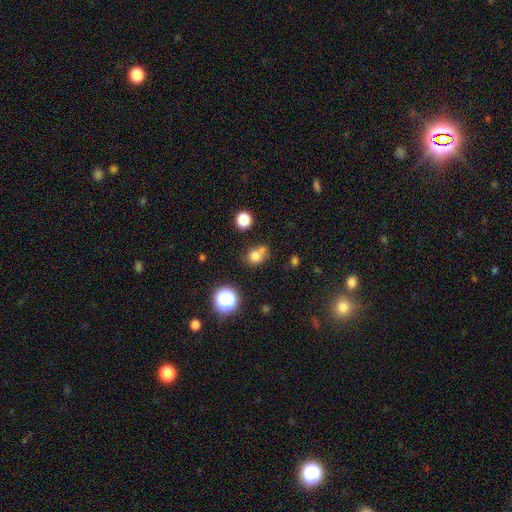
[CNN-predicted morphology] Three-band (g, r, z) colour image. It shows a smooth galaxy with no disk features (76%) that is round (71%). Merging: none (49%).